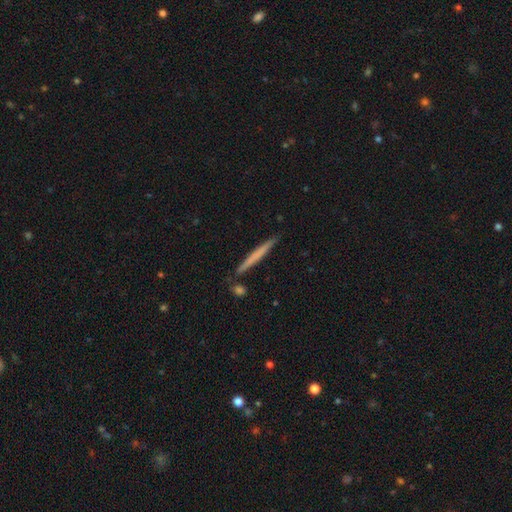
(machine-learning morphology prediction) type=smooth (58%); roundness=cigar-shaped (97%); merging=none (87%).